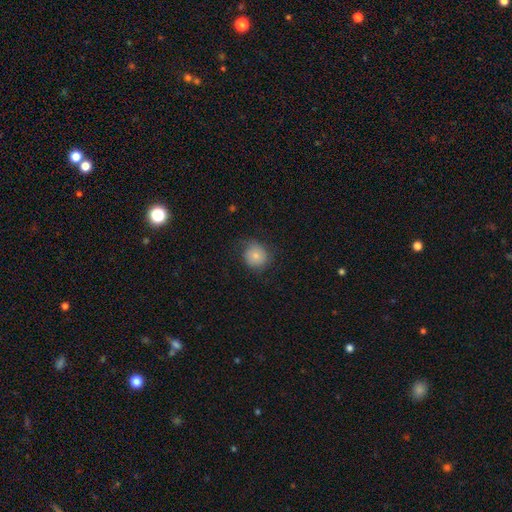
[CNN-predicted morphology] type=smooth (78%); roundness=round (86%); merging=none (71%).